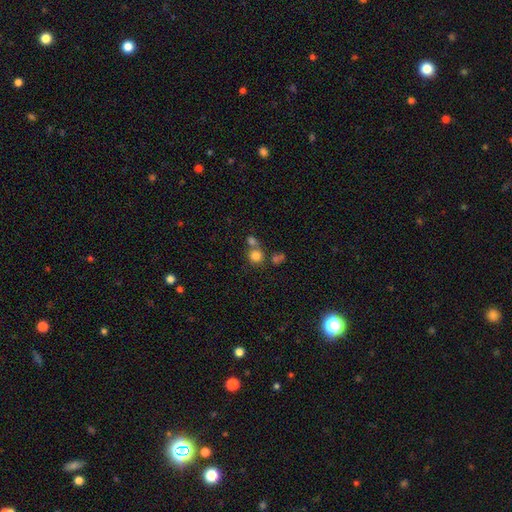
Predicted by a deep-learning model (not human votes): The model was most divided on "merging": none: 53%, merger: 35%, minor disturbance: 8%, major disturbance: 4%. More confident: how rounded — round (87%); smooth or featured — smooth (79%).